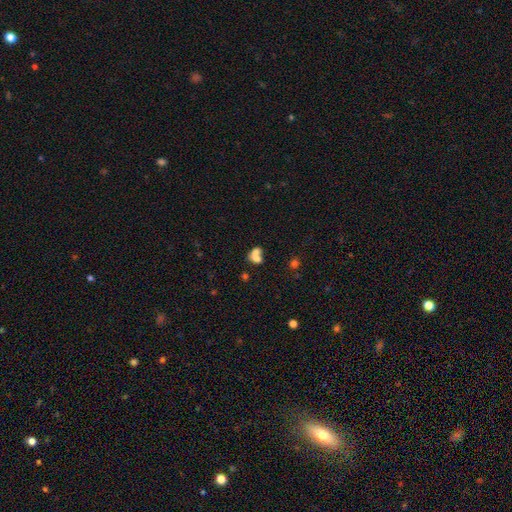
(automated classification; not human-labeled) Smooth or featured?
  - smooth: 68% *
  - featured or disk: 19%
  - star or artifact: 13%
How rounded?
  - in between: 57% *
  - round: 41%
  - cigar-shaped: 2%
Merging?
  - merger: 67% *
  - none: 20%
  - minor disturbance: 7%
  - major disturbance: 6%